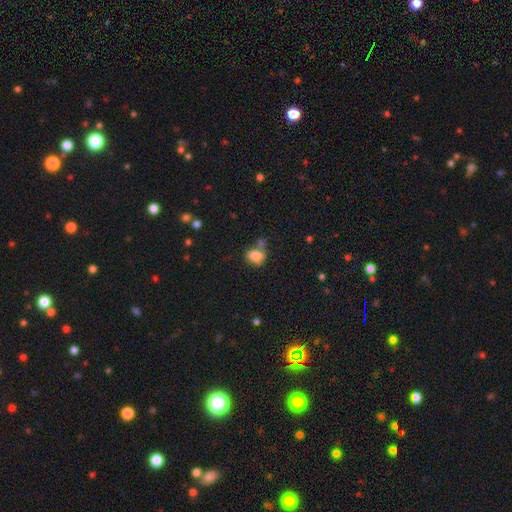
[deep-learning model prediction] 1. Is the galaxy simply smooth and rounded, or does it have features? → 77% smooth, 12% featured or disk, 12% star or artifact.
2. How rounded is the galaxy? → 67% in between, 30% round, 2% cigar-shaped.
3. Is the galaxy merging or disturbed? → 47% none, 24% merger, 21% minor disturbance, 8% major disturbance.